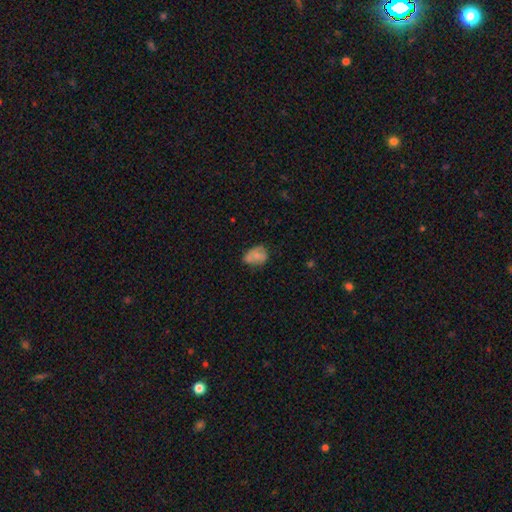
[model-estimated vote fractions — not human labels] smooth-or-featured: smooth: 65% | featured or disk: 25% | star or artifact: 9%
  how-rounded: in between: 68% | round: 31% | cigar-shaped: 1%
  merging: none: 45% | minor disturbance: 30% | merger: 13% | major disturbance: 11%